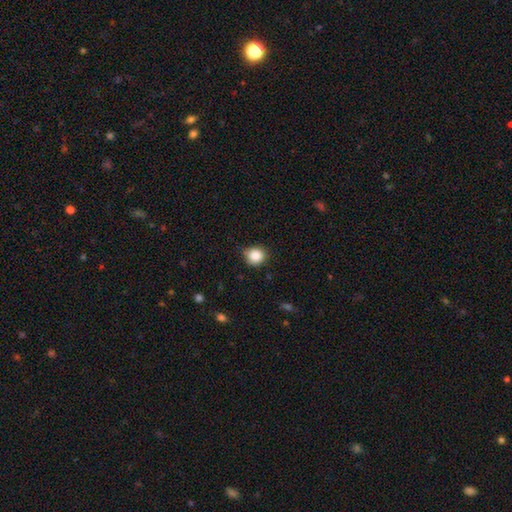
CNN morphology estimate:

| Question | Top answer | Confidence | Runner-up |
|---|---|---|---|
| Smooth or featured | smooth | 85% | star or artifact (10%) |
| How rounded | round | 88% | in between (11%) |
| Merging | none | 78% | minor disturbance (17%) |